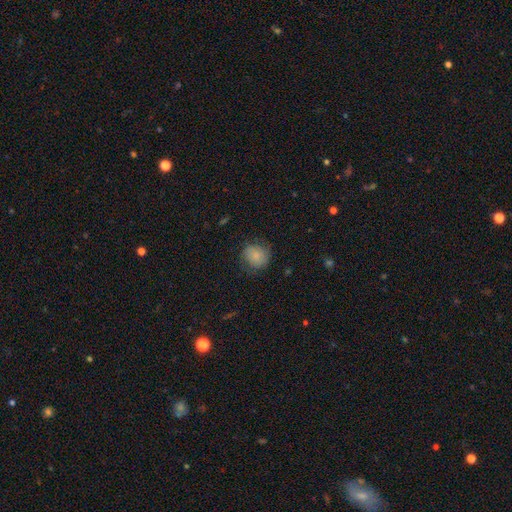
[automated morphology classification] Q: Smooth or featured?
A: smooth (76%); runner-up: featured or disk (16%)
Q: How rounded?
A: round (79%); runner-up: in between (20%)
Q: Merging?
A: none (69%); runner-up: minor disturbance (22%)